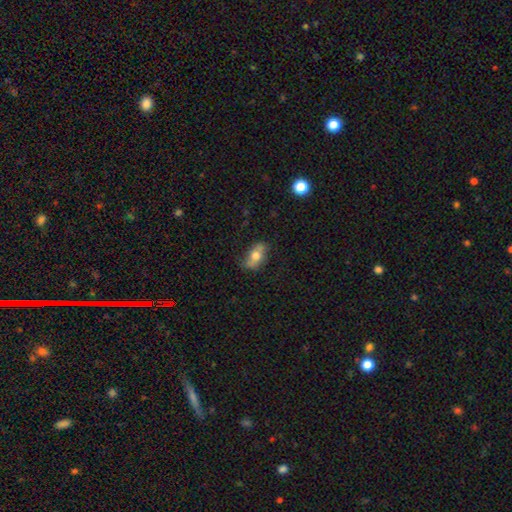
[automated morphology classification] smooth_or_featured: smooth (p=0.61) [alt: featured or disk p=0.31]
how_rounded: in between (p=0.83) [alt: cigar-shaped p=0.08]
merging: none (p=0.73) [alt: minor disturbance p=0.20]